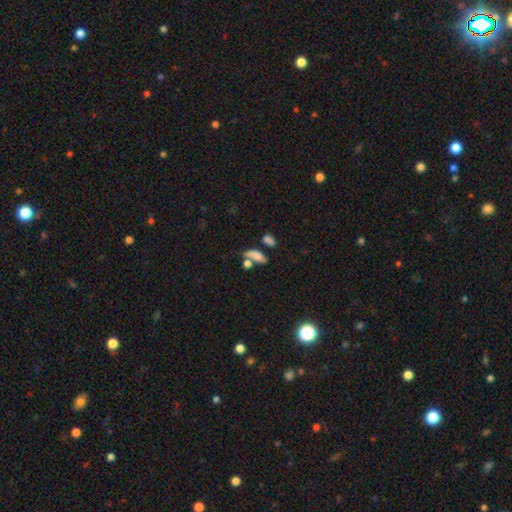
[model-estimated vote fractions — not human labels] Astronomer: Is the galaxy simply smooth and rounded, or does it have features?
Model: smooth — 67%.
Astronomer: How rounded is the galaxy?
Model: in between — 77%.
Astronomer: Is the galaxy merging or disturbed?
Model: merger — 38% (runner-up: none, 35%).